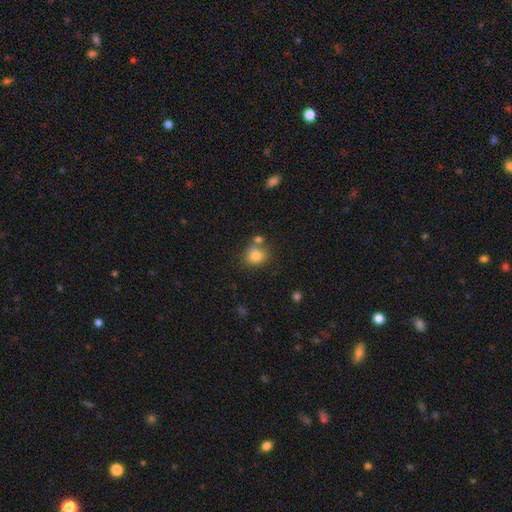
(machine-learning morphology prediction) smooth-or-featured: smooth: 82% | star or artifact: 10% | featured or disk: 8%
  how-rounded: round: 75% | in between: 24% | cigar-shaped: 1%
  merging: none: 64% | merger: 18% | minor disturbance: 14% | major disturbance: 4%